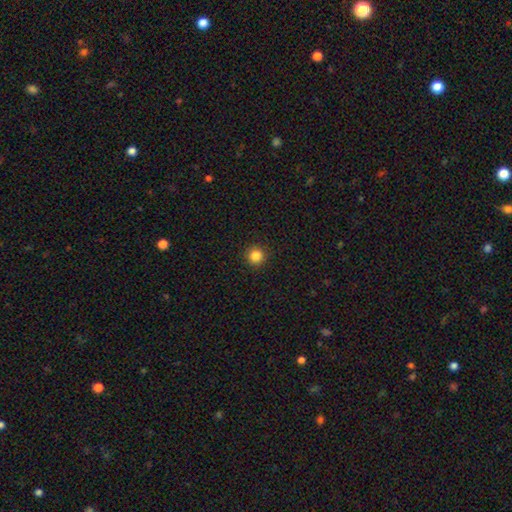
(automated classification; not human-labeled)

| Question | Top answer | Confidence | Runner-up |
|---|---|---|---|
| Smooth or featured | smooth | 84% | star or artifact (12%) |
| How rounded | round | 96% | in between (3%) |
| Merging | none | 93% | minor disturbance (5%) |